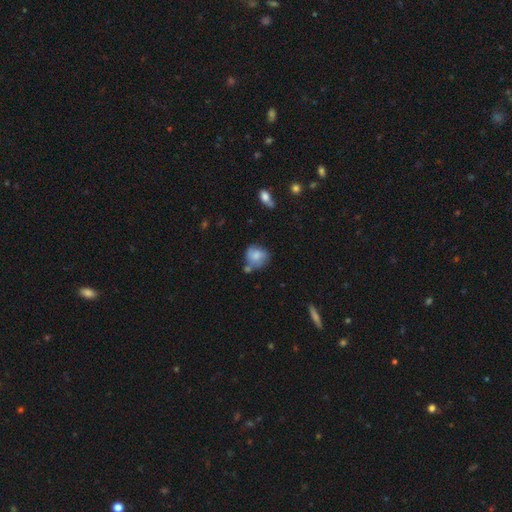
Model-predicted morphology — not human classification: type=smooth (67%); roundness=round (71%); merging=none (46%).